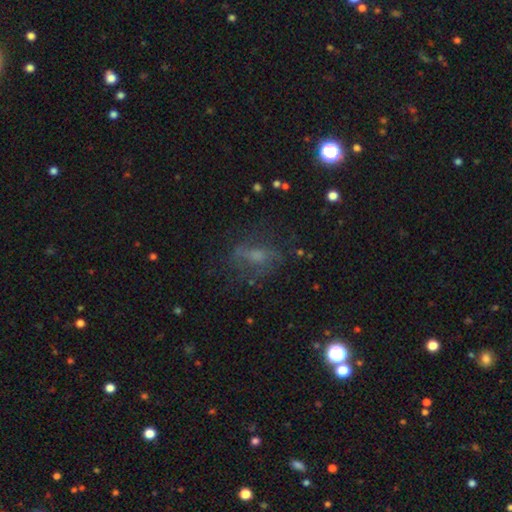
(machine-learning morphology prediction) Smooth or featured?
  - smooth: 40% *
  - featured or disk: 37%
  - star or artifact: 23%
Merging?
  - none: 57% *
  - minor disturbance: 20%
  - major disturbance: 20%
  - merger: 3%